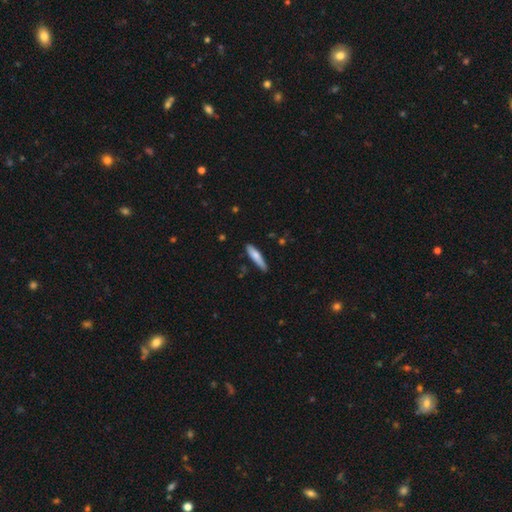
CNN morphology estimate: smooth 74%, featured or disk 21%, star or artifact 6%. Down the decision tree: how rounded — cigar-shaped (83%); merging — none (77%).